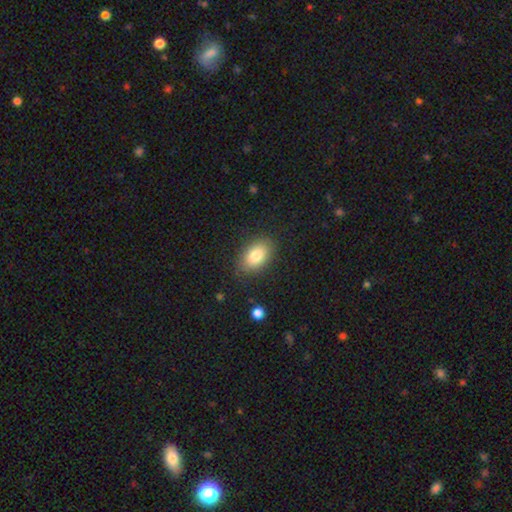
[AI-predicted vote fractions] Overall: smooth (81%). How rounded: in between (90%). Merging: none (84%).